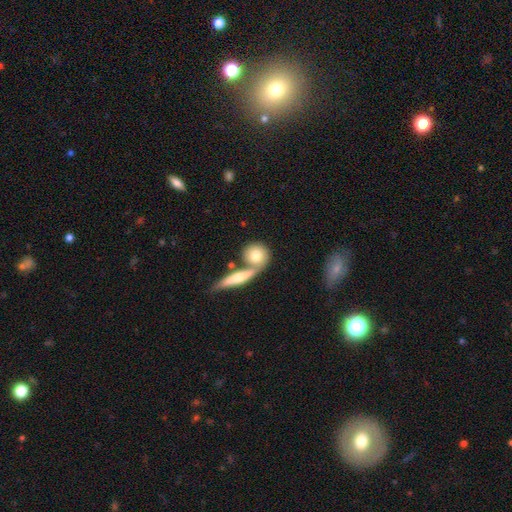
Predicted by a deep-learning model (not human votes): A smooth galaxy with no disk features (71%) that is round (78%).

Vote fractions:
- Smooth or featured? smooth: 71% / featured or disk: 23% / star or artifact: 6%
- How rounded? round: 78% / in between: 16% / cigar-shaped: 6%
- Merging? none: 49% / merger: 36% / minor disturbance: 10% / major disturbance: 4%